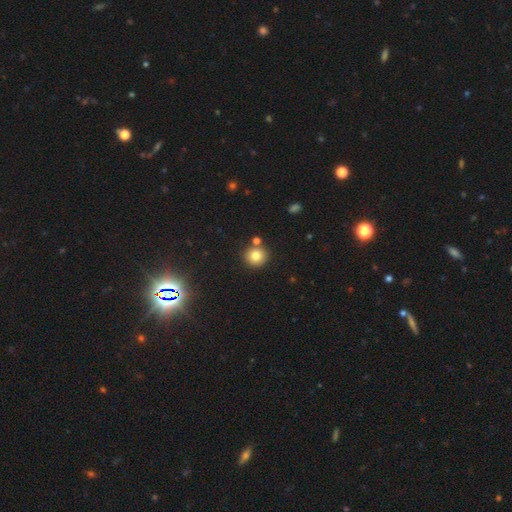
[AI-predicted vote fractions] Smooth or featured?
  - smooth: 80% *
  - star or artifact: 12%
  - featured or disk: 8%
How rounded?
  - round: 91% *
  - in between: 9%
  - cigar-shaped: 1%
Merging?
  - none: 80% *
  - merger: 10%
  - minor disturbance: 7%
  - major disturbance: 2%